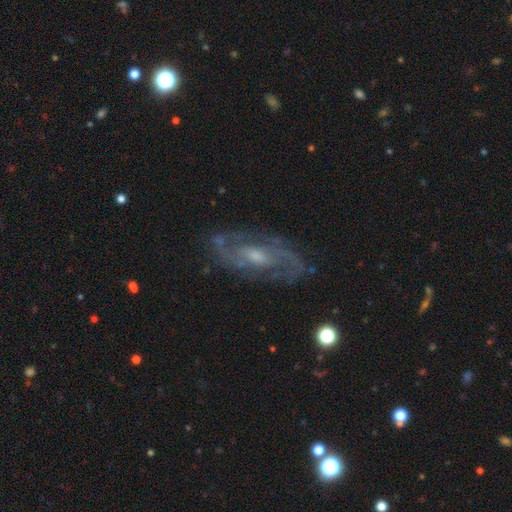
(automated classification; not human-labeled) Smooth or featured: featured or disk — 79% (smooth — 12%)
Edge-on disk: no — 89% (yes — 11%)
Bar: weak — 47% (no — 43%)
Spiral arms: yes — 88% (no — 12%)
Spiral winding: medium — 45% (tight — 37%)
Spiral arm count: 2 — 52% (can't tell — 31%)
Bulge size: small — 46% (moderate — 45%)
Merging: none — 76% (minor disturbance — 15%)